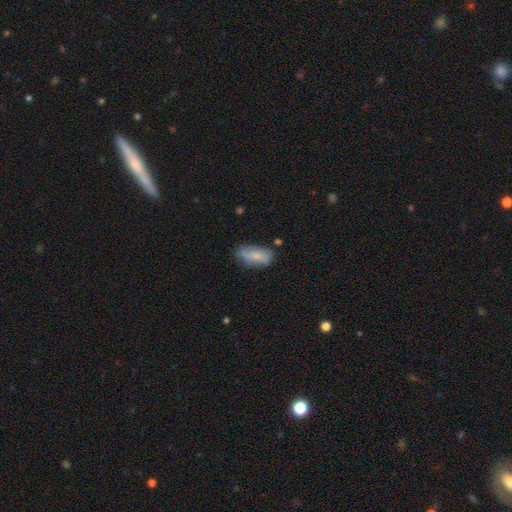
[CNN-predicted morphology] Smooth or featured: smooth — 64% (featured or disk — 28%)
How rounded: in between — 86% (cigar-shaped — 11%)
Merging: none — 58% (minor disturbance — 29%)